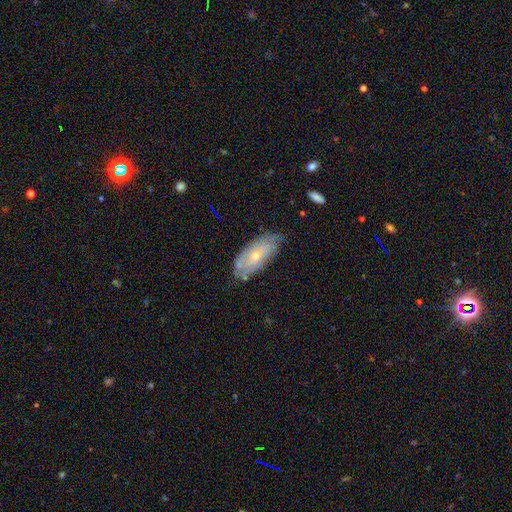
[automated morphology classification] featured or disk 57%, smooth 36%, star or artifact 7%. Down the decision tree: edge-on disk — no (87%); merging — none (66%).